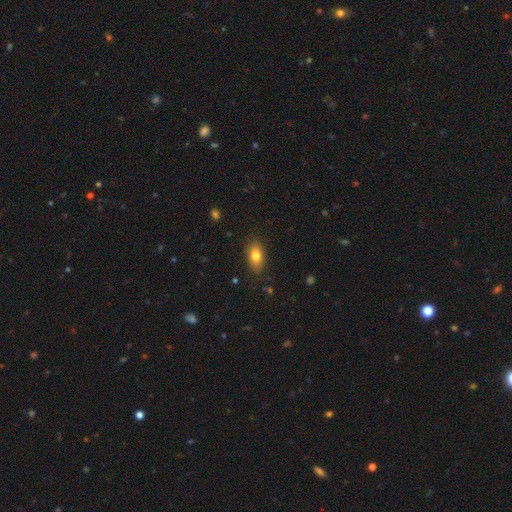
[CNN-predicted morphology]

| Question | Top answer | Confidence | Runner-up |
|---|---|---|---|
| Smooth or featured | smooth | 80% | featured or disk (12%) |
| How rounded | in between | 87% | round (8%) |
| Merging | none | 84% | minor disturbance (12%) |